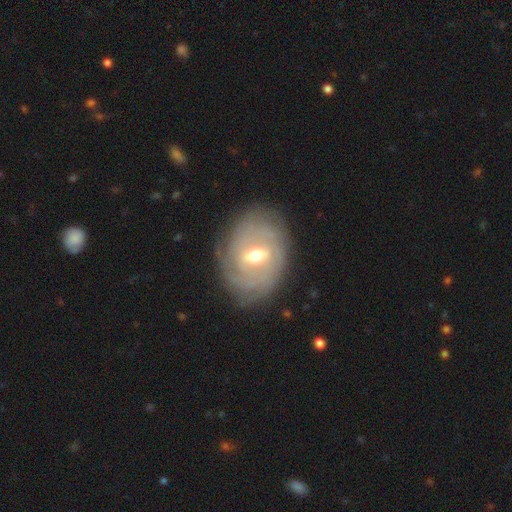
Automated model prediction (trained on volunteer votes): Morphology: type=featured or disk (81%); edge-on=no (96%); bar=weak (58%); spiral arms=yes (90%); winding=tight (72%); arm count=can't tell (44%); bulge=moderate (70%); merging=none (77%).